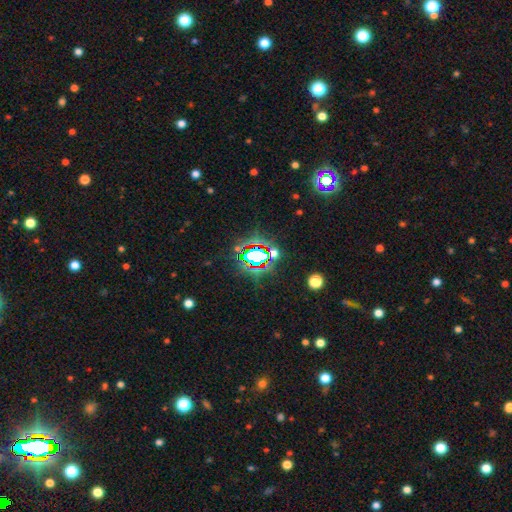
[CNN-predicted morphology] Smooth or featured? star or artifact (69%)